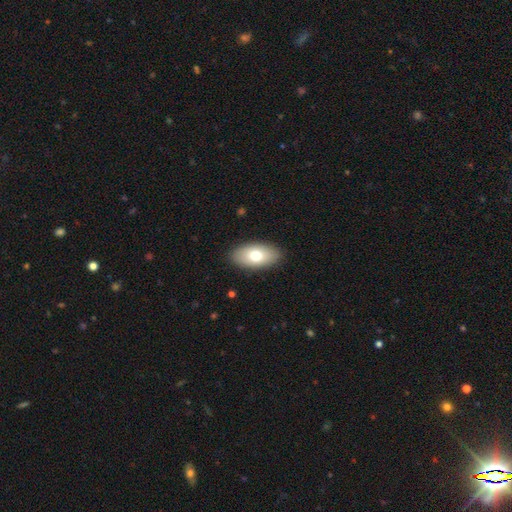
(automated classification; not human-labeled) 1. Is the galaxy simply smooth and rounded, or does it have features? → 73% smooth, 21% featured or disk, 7% star or artifact.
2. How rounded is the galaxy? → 93% in between, 4% round, 3% cigar-shaped.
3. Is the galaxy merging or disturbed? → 89% none, 8% minor disturbance, 2% major disturbance, 1% merger.